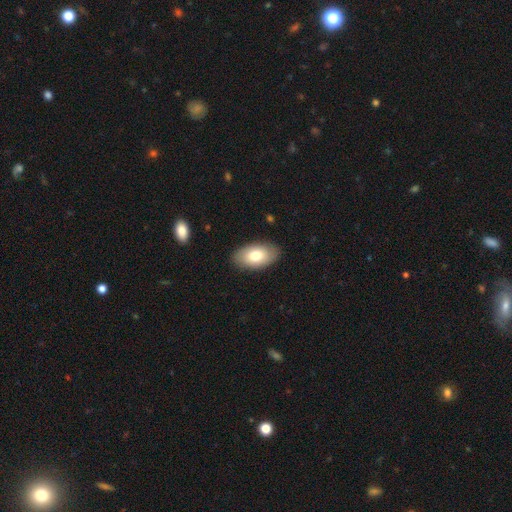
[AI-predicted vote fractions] This is likely a smooth galaxy (76%). How rounded: clearly in between (94%). Merging: clearly none (87%).